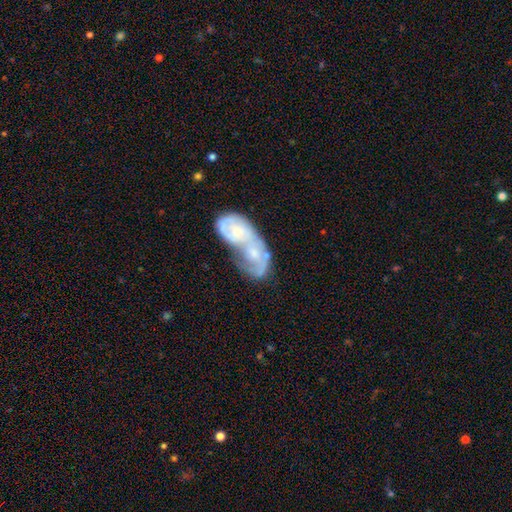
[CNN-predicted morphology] Overall: featured or disk (59%; smooth 35%). Edge-on disk: no (95%). Bar: no (77%). Spiral arms: yes (54%; no 46%). Bulge size: moderate (44%; small 38%). Merging: merger (76%).